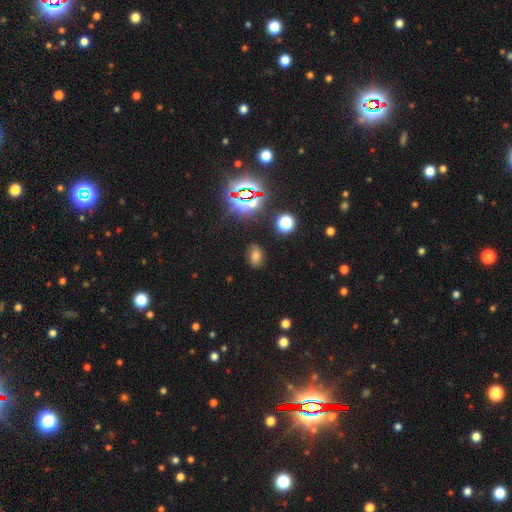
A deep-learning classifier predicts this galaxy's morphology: A smooth galaxy with no disk features (56%) that is in between round and cigar-shaped (78%).

Vote fractions:
- Smooth or featured? smooth: 56% / star or artifact: 32% / featured or disk: 12%
- How rounded? in between: 78% / round: 20% / cigar-shaped: 2%
- Merging? none: 82% / minor disturbance: 12% / major disturbance: 4% / merger: 2%